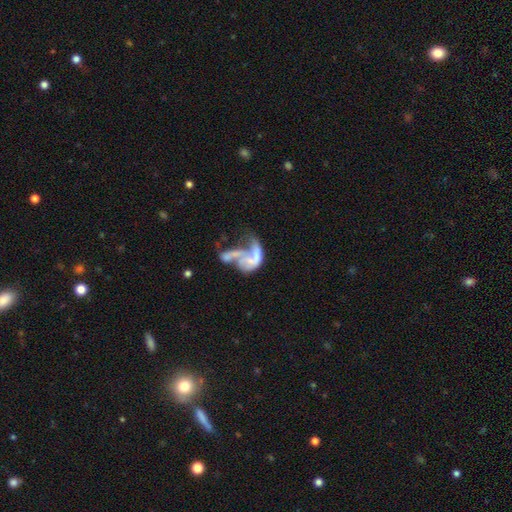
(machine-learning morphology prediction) smooth_or_featured: featured or disk (p=0.64) [alt: smooth p=0.25]
disk_edge_on: no (p=0.97) [alt: yes p=0.03]
bar: no (p=0.78) [alt: weak p=0.16]
has_spiral_arms: no (p=0.54) [alt: yes p=0.46]
bulge_size: none (p=0.59) [alt: small p=0.23]
merging: merger (p=0.46) [alt: major disturbance p=0.34]